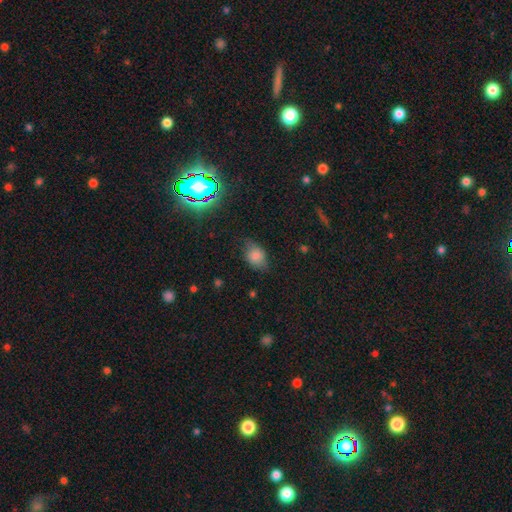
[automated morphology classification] Smooth or featured?
  - smooth: 76% *
  - star or artifact: 13%
  - featured or disk: 11%
How rounded?
  - in between: 74% *
  - round: 24%
  - cigar-shaped: 2%
Merging?
  - none: 66% *
  - minor disturbance: 26%
  - major disturbance: 7%
  - merger: 1%